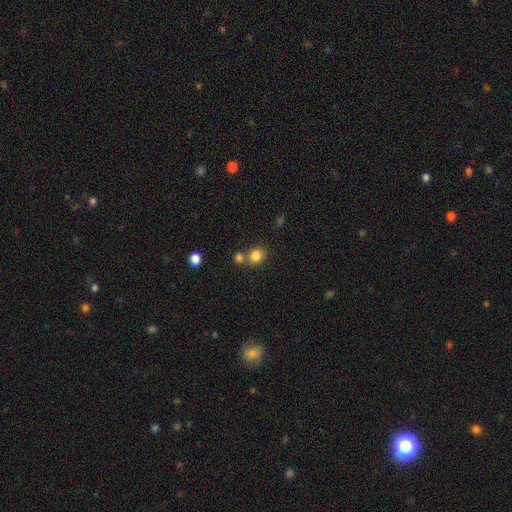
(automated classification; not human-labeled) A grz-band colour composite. It shows a smooth galaxy with no disk features (83%) that is round (70%). Merging: none (59%).